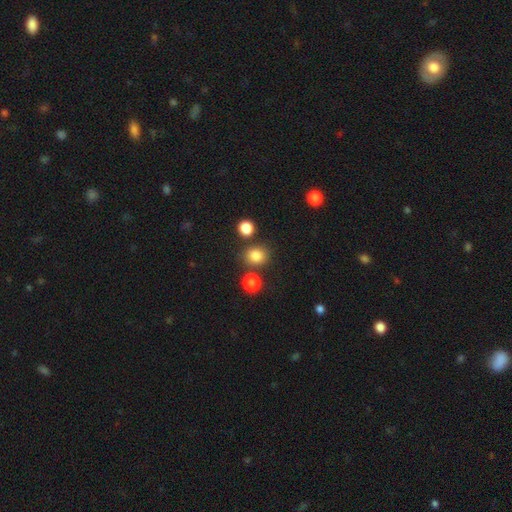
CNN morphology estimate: Smooth or featured? smooth (82%)
How rounded? round (72%)
Merging? none (76%)